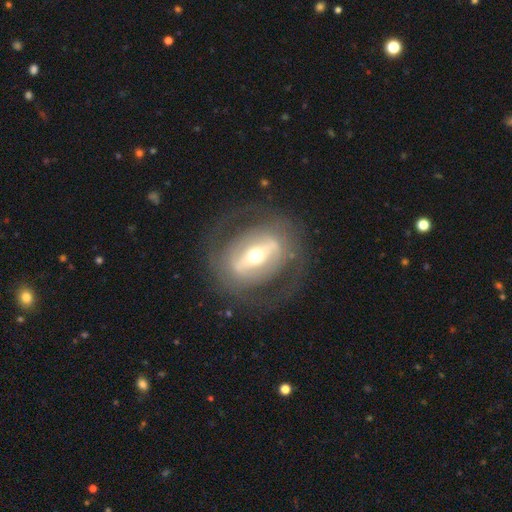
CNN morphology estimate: A featured or disk galaxy (76%) with a strong bar (69%), no spiral arms (67%) and a moderate central bulge (56%). Merging: none (75%).